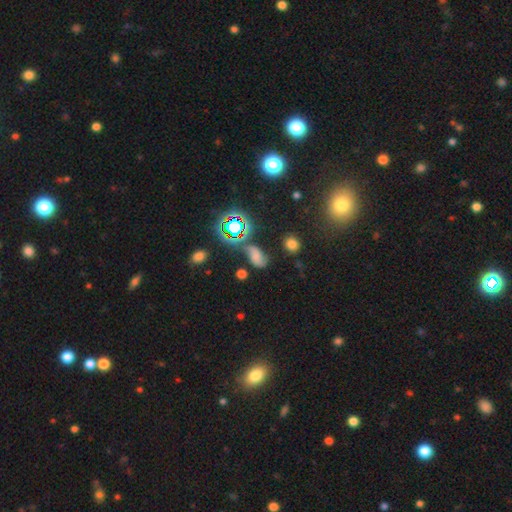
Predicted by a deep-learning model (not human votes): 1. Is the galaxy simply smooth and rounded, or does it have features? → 44% smooth, 29% star or artifact, 27% featured or disk.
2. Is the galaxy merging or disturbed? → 46% none, 26% minor disturbance, 18% major disturbance, 10% merger.